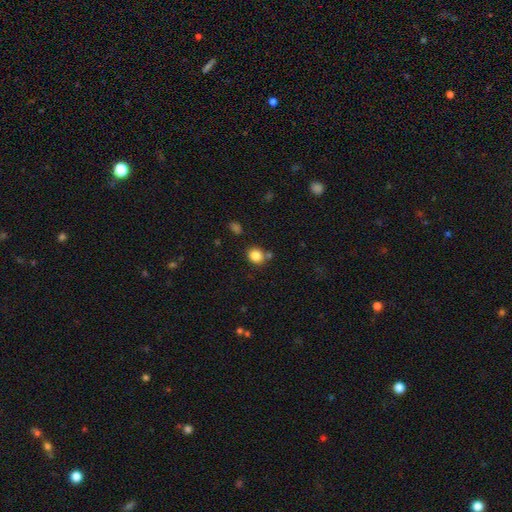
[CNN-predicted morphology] smooth_or_featured: smooth (p=0.85) [alt: star or artifact p=0.10]
how_rounded: round (p=0.71) [alt: in between p=0.28]
merging: none (p=0.73) [alt: minor disturbance p=0.12]